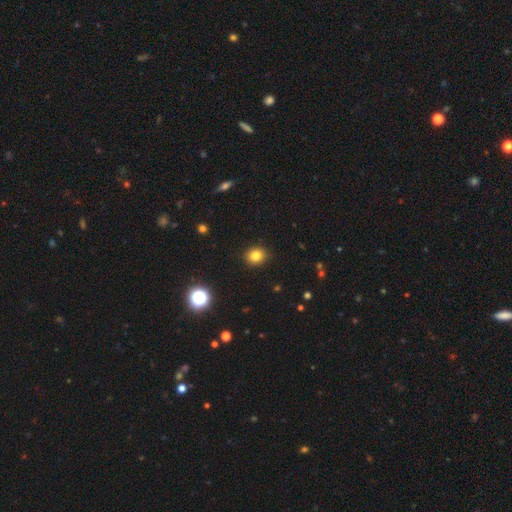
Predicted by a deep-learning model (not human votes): The model was most divided on "how rounded": round: 74%, in between: 26%, cigar-shaped: 1%. More confident: merging — none (91%); smooth or featured — smooth (81%).